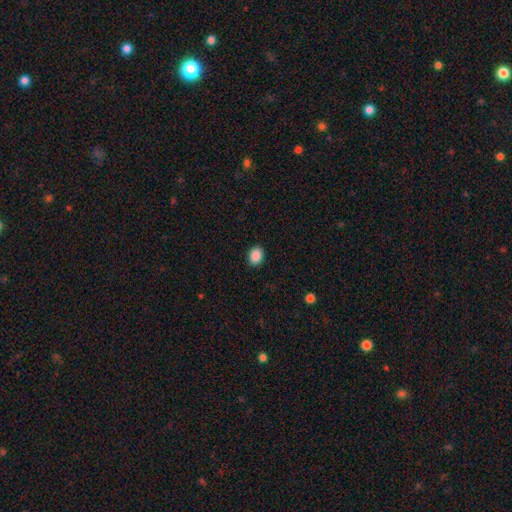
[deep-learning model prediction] smooth 89%, star or artifact 9%, featured or disk 2%. Down the decision tree: how rounded — in between (60%); merging — none (90%).